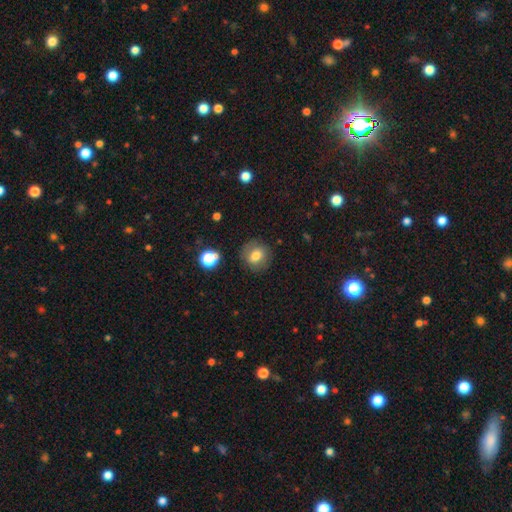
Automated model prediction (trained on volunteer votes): smooth-or-featured: smooth: 66% | featured or disk: 22% | star or artifact: 12%
  how-rounded: round: 75% | in between: 24% | cigar-shaped: 1%
  merging: none: 80% | minor disturbance: 13% | major disturbance: 5% | merger: 2%